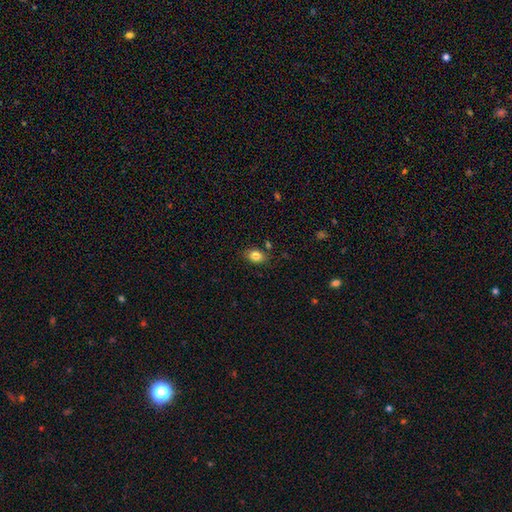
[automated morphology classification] Smooth or featured? smooth (83%)
How rounded? in between (75%)
Merging? none (80%)